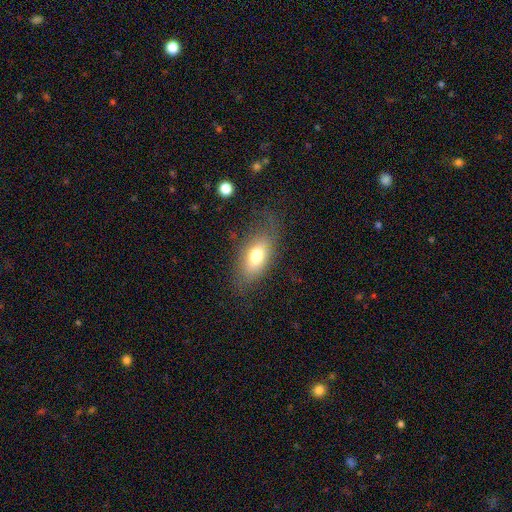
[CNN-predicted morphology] smooth_or_featured: smooth (p=0.68) [alt: featured or disk p=0.23]
how_rounded: in between (p=0.86) [alt: round p=0.07]
merging: none (p=0.66) [alt: minor disturbance p=0.21]